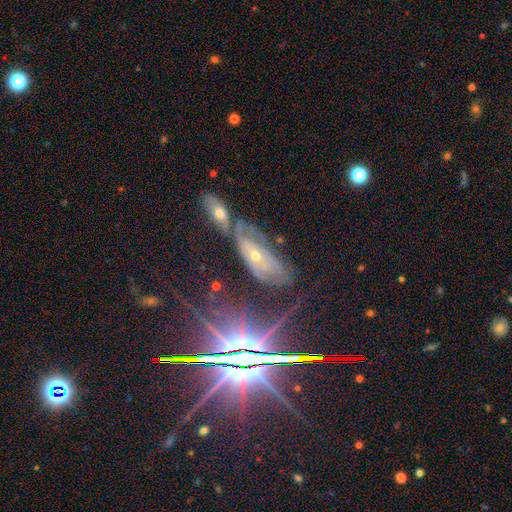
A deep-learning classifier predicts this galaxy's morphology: This is possibly a featured or disk galaxy (59%). It is likely not viewed edge-on (79%). Merging: possibly none (52%).